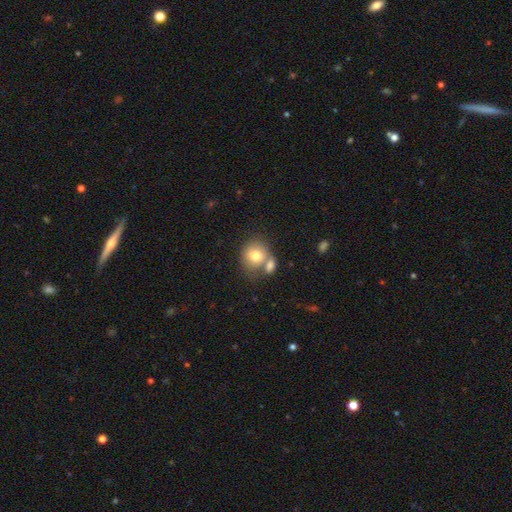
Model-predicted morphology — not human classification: Q: Smooth or featured?
A: smooth (76%); runner-up: featured or disk (15%)
Q: How rounded?
A: round (74%); runner-up: in between (25%)
Q: Merging?
A: none (45%); runner-up: merger (39%)